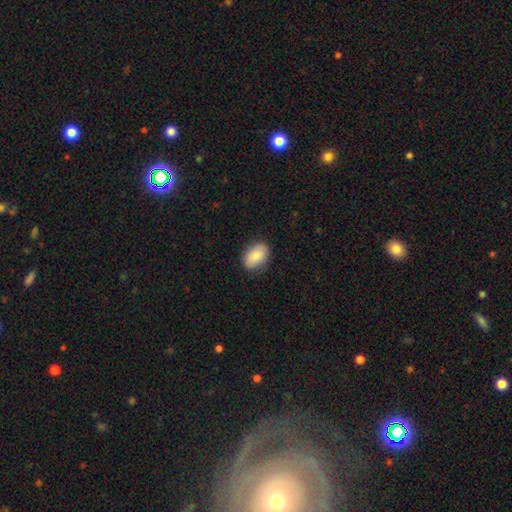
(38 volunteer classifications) smooth 82%, featured or disk 16%, star or artifact 3%. Down the decision tree: how rounded — in between (90%); merging — none (86%).